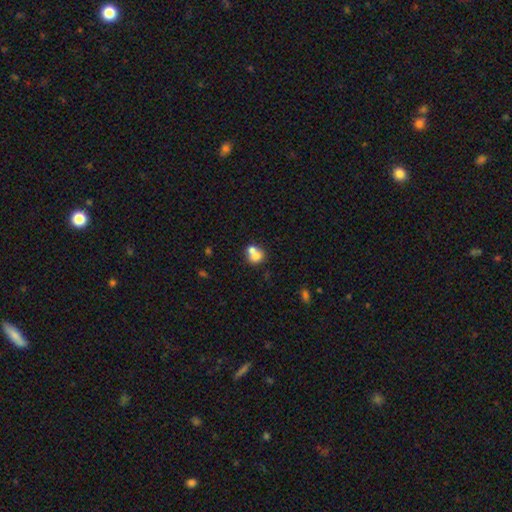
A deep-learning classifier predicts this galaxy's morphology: This appears to be a smooth galaxy with no disk features (70%) that is round (73%). Merging: merger (61%).